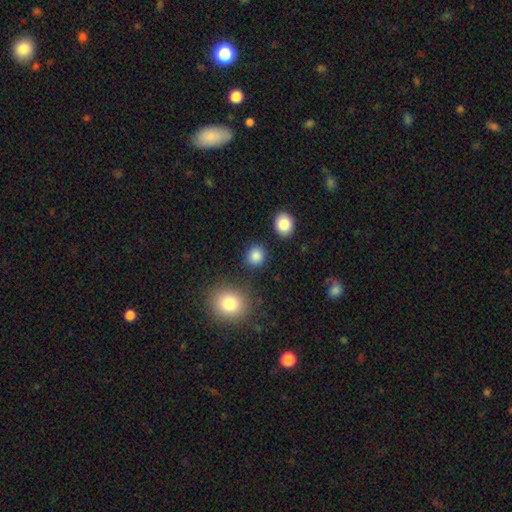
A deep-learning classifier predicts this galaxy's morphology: Smooth or featured? Predicted: smooth (p=0.86). How rounded? Predicted: round (p=0.86). Merging? Predicted: none (p=0.86).